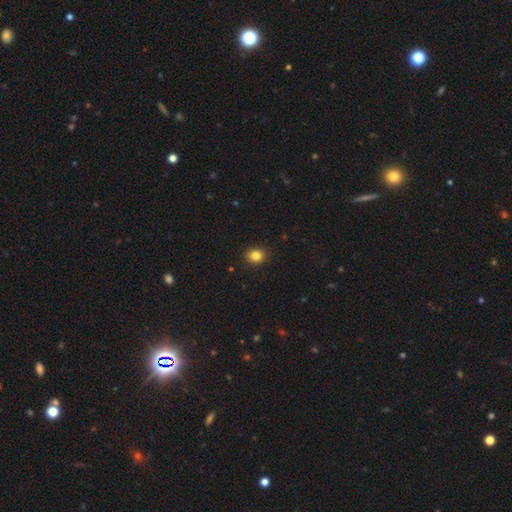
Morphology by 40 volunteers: Smooth or featured: smooth — 90% (star or artifact — 8%)
How rounded: round — 61% (in between — 39%)
Merging: none — 89% (major disturbance — 5%)